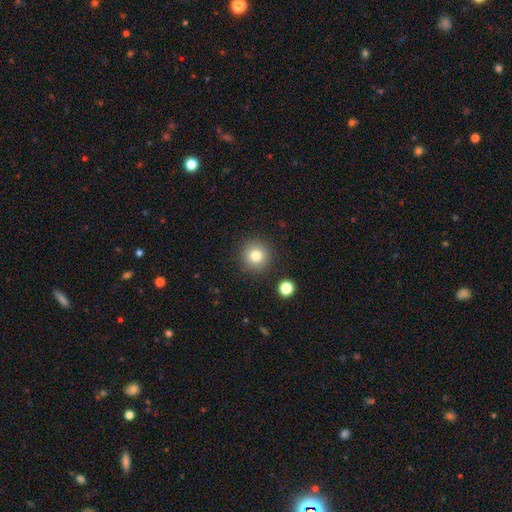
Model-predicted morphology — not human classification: The model was most divided on "smooth or featured": smooth: 80%, star or artifact: 12%, featured or disk: 8%. More confident: how rounded — round (95%); merging — none (89%).